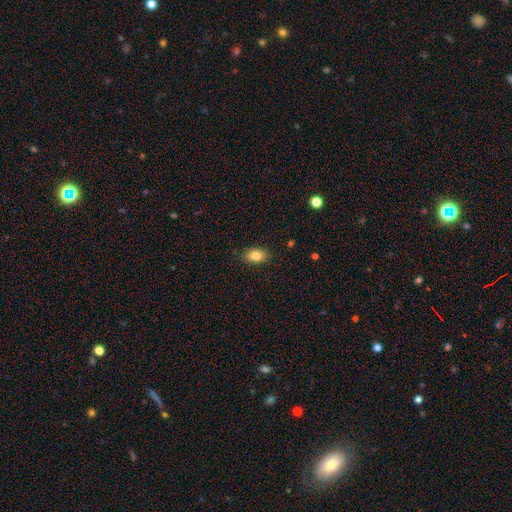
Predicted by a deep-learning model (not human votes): smooth-or-featured: smooth: 84% | star or artifact: 9% | featured or disk: 8%
  how-rounded: in between: 88% | round: 10% | cigar-shaped: 2%
  merging: none: 87% | minor disturbance: 10% | major disturbance: 2% | merger: 1%